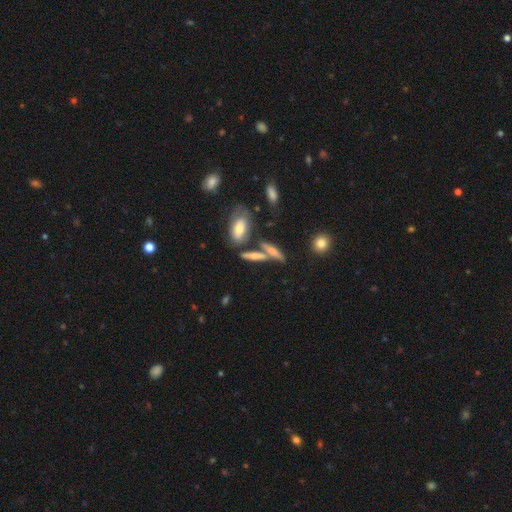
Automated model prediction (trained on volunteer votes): A smooth galaxy with no disk features (58%) that is cigar-shaped (57%). Merging: none (49%).